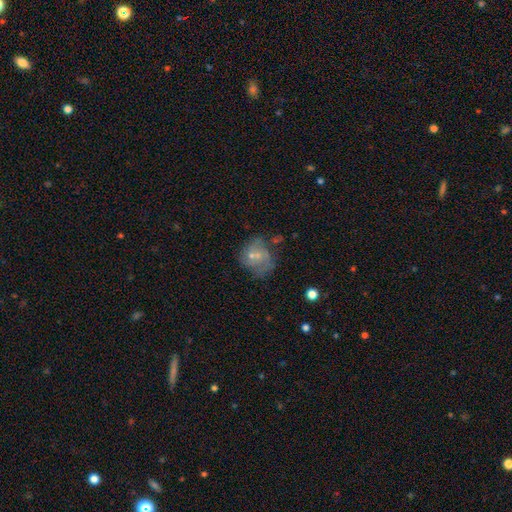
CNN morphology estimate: A smooth galaxy with no disk features (46%). Merging: none (35%).